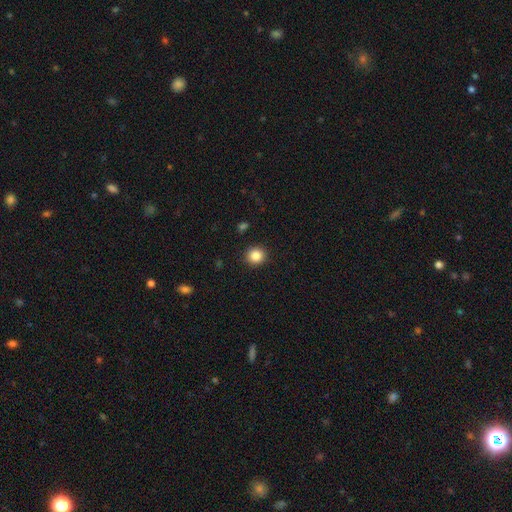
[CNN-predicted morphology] Smooth or featured? smooth (85%)
How rounded? round (89%)
Merging? none (91%)